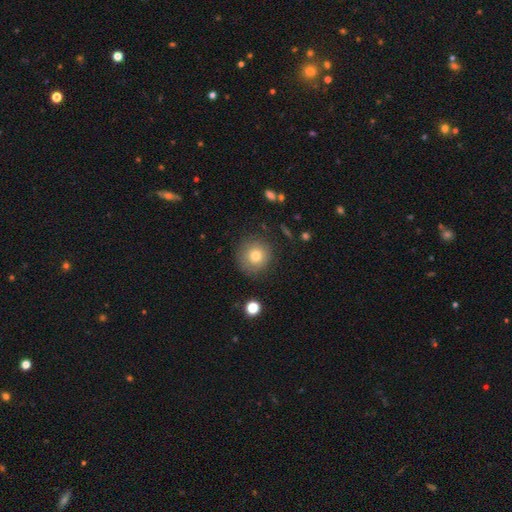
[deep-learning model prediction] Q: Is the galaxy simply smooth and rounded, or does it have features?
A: smooth — 77%.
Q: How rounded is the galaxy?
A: round — 93%.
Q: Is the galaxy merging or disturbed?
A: none — 85%.